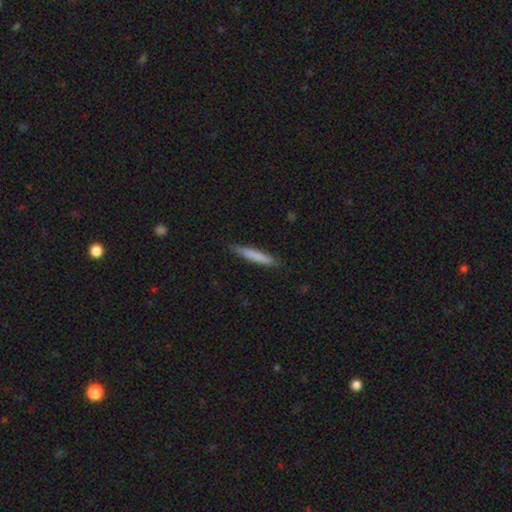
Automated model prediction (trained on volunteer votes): A smooth galaxy with no disk features (78%) that is cigar-shaped (94%). Merging: none (86%).